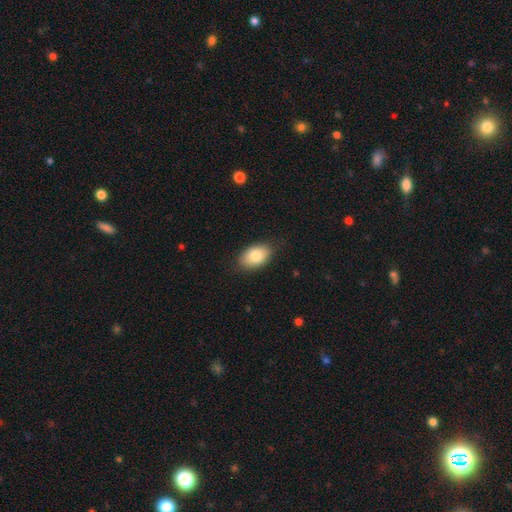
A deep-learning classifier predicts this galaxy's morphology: Smooth or featured: smooth — 82% (featured or disk — 11%)
How rounded: in between — 90% (round — 9%)
Merging: none — 84% (minor disturbance — 12%)